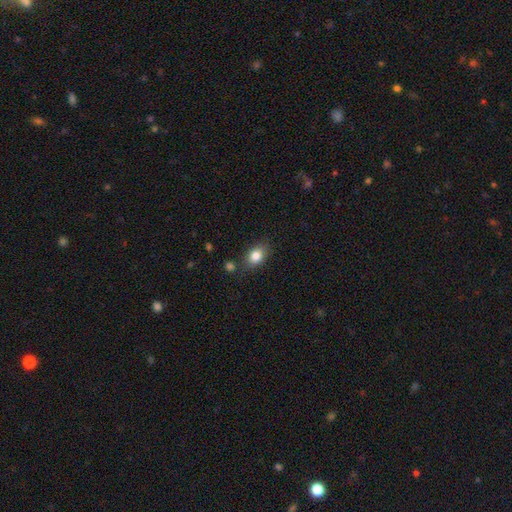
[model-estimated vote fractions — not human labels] This is clearly a smooth galaxy (83%). How rounded: likely in between (75%). Merging: likely none (76%).